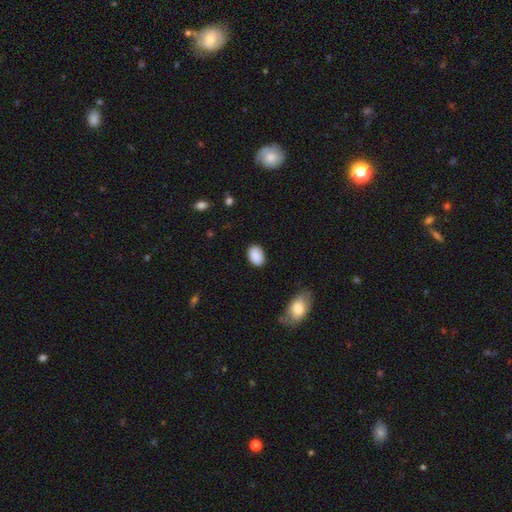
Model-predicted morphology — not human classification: A smooth galaxy with no disk features (89%) that is in between round and cigar-shaped (86%).

Vote fractions:
- Smooth or featured? smooth: 89% / star or artifact: 7% / featured or disk: 3%
- How rounded? in between: 86% / round: 13% / cigar-shaped: 1%
- Merging? none: 86% / minor disturbance: 11% / major disturbance: 3% / merger: 1%